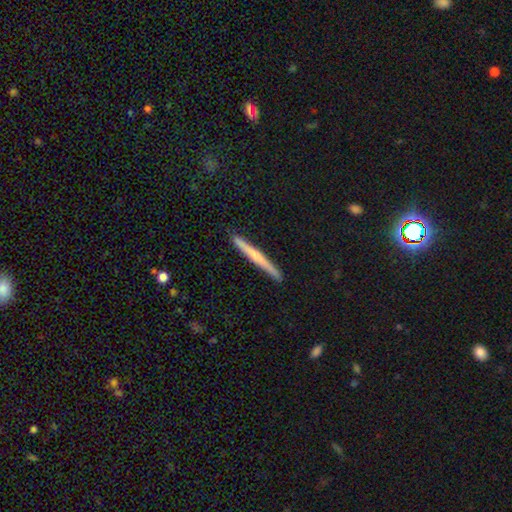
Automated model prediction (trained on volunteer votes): The model was most divided on "smooth or featured": smooth: 48%, featured or disk: 46%, star or artifact: 6%. More confident: merging — none (91%).